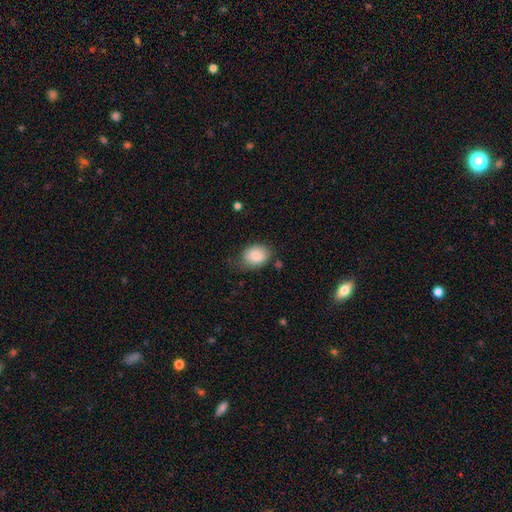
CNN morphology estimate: Overall: smooth (84%). How rounded: in between (74%). Merging: none (65%; minor disturbance 25%).